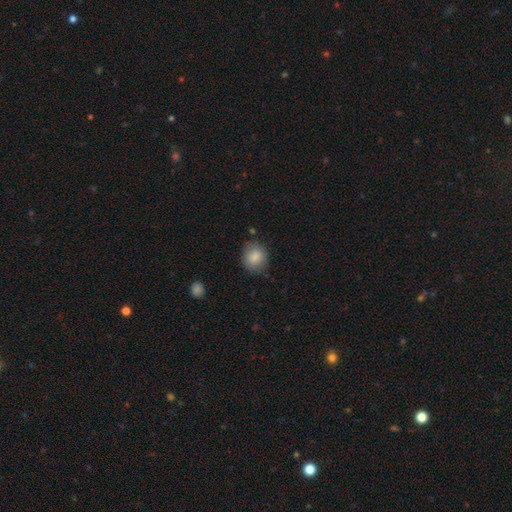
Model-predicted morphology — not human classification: smooth-or-featured: smooth: 86% | star or artifact: 8% | featured or disk: 7%
  how-rounded: round: 72% | in between: 27% | cigar-shaped: 1%
  merging: none: 77% | minor disturbance: 17% | major disturbance: 4% | merger: 2%